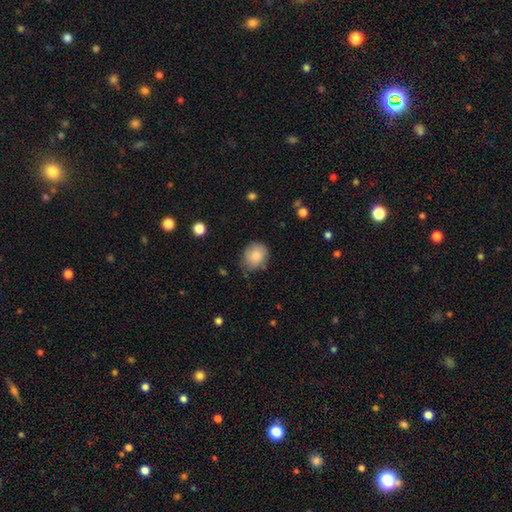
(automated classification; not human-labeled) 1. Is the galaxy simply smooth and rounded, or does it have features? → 85% smooth, 7% star or artifact, 7% featured or disk.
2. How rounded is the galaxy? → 57% round, 43% in between, 1% cigar-shaped.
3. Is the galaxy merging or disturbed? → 66% none, 27% minor disturbance, 5% major disturbance, 2% merger.